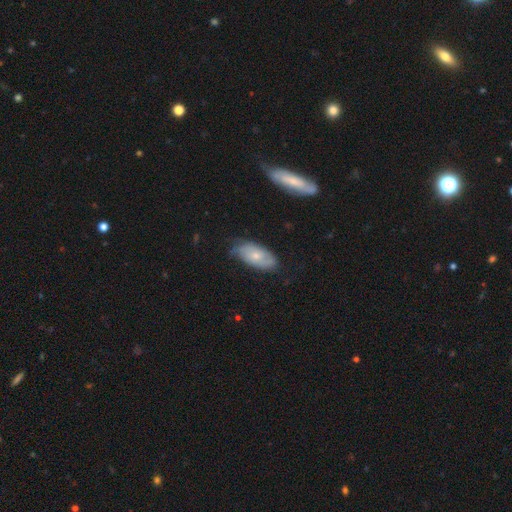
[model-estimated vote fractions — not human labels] Overall: smooth (50%; featured or disk 44%). Merging: none (66%; minor disturbance 27%).